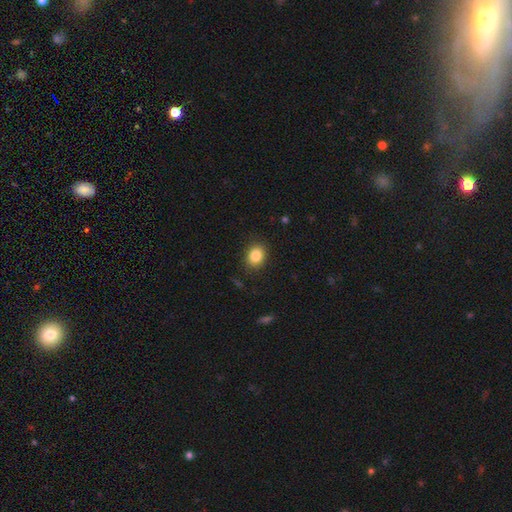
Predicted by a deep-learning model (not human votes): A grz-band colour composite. It shows a smooth galaxy with no disk features (85%) that is round (52%). Merging: none (87%).